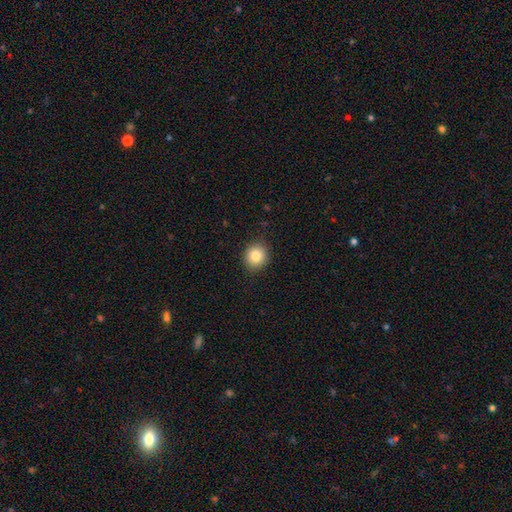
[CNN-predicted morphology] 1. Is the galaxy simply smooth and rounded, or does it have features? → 84% smooth, 10% star or artifact, 7% featured or disk.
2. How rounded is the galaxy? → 83% round, 16% in between, 1% cigar-shaped.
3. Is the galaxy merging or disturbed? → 89% none, 8% minor disturbance, 2% major disturbance, 1% merger.